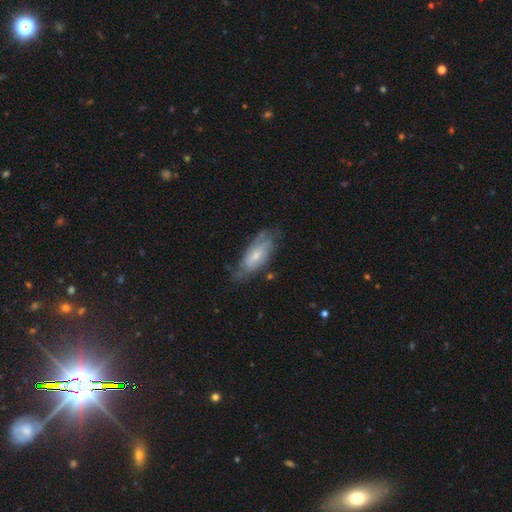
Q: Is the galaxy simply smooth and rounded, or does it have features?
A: featured or disk — 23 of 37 (62%).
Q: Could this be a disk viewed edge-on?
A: no — 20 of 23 (87%).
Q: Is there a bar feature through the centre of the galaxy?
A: no — 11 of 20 (55%).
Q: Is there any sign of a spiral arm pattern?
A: yes — 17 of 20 (85%).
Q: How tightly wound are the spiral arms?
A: medium — 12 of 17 (71%).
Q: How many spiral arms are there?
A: can't tell — 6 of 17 (35%).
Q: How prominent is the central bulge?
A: small — 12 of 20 (60%).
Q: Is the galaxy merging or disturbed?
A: none — 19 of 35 (54%).